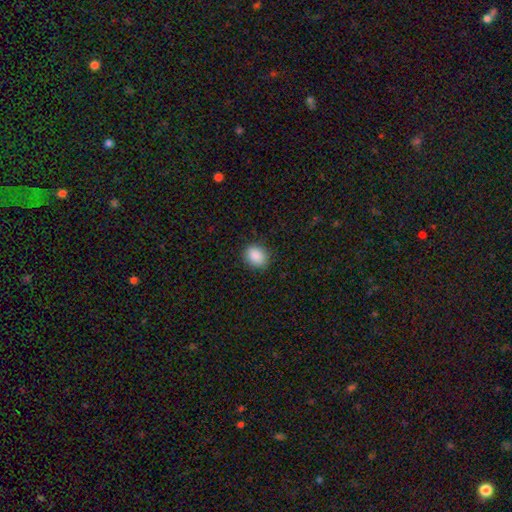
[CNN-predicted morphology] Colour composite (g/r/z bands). It shows a smooth galaxy with no disk features (89%) that is in between round and cigar-shaped (53%). Merging: none (87%).